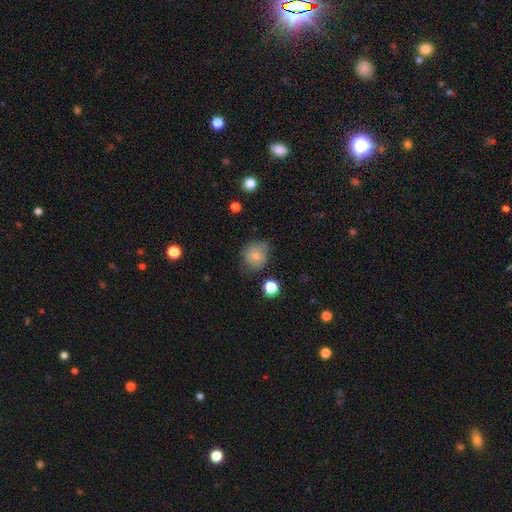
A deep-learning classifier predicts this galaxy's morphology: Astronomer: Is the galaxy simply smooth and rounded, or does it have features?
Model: smooth — 75%.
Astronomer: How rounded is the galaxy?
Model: round — 81%.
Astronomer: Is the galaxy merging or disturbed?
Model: none — 64%.